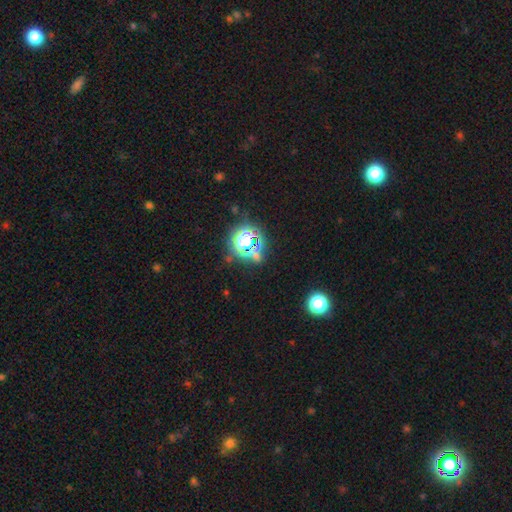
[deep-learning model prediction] This appears to be a star or artifact, not a galaxy (62%).